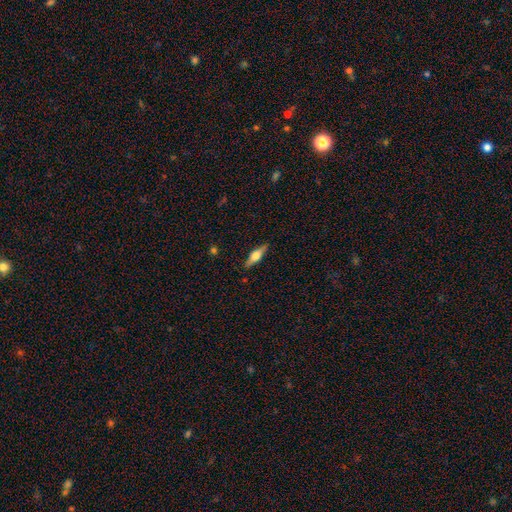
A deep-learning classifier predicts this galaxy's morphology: Smooth or featured? Predicted: featured or disk (p=0.57). Edge-on disk? Predicted: yes (p=0.94). Edge-on bulge? Predicted: rounded (p=0.91). Merging? Predicted: none (p=0.87).